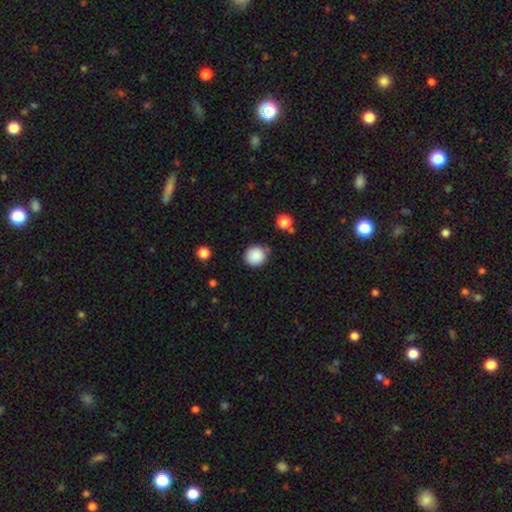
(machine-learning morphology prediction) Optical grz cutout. It shows a smooth galaxy with no disk features (88%) that is round (91%). Merging: none (85%).